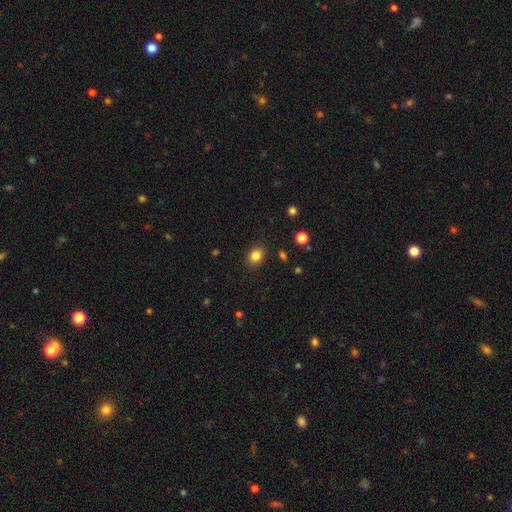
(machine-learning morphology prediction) smooth-or-featured: smooth: 83% | star or artifact: 11% | featured or disk: 6%
  how-rounded: in between: 51% | round: 48% | cigar-shaped: 1%
  merging: none: 87% | minor disturbance: 9% | major disturbance: 2% | merger: 1%